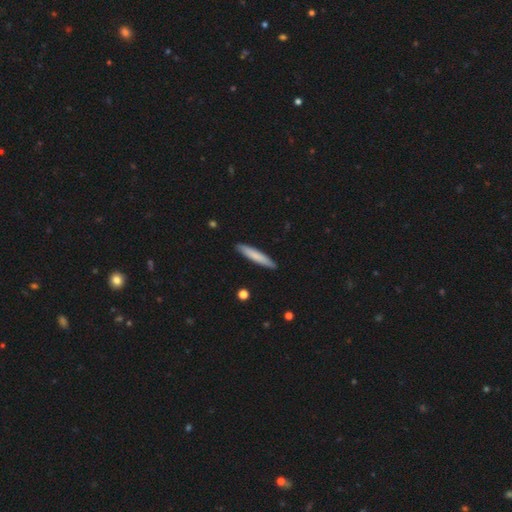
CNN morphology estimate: smooth-or-featured: smooth: 77% | featured or disk: 17% | star or artifact: 5%
  how-rounded: cigar-shaped: 92% | in between: 6% | round: 1%
  merging: none: 90% | minor disturbance: 7% | major disturbance: 1% | merger: 1%